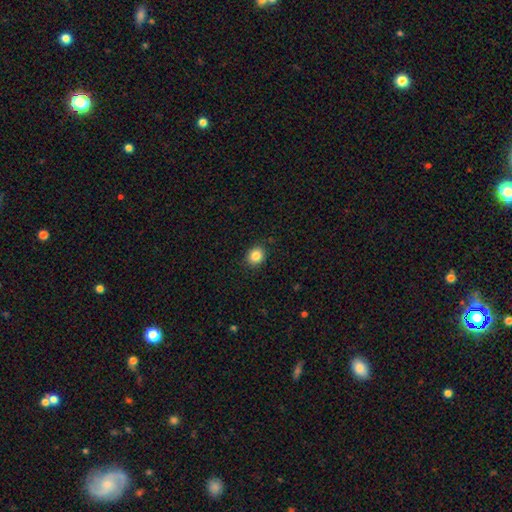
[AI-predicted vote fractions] Morphology: type=smooth (85%); roundness=round (74%); merging=none (89%).